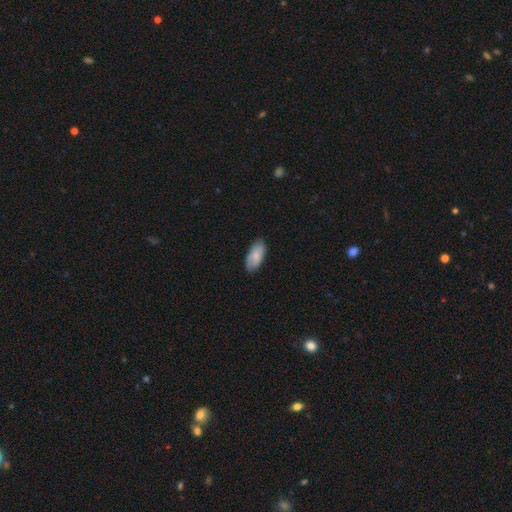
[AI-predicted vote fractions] smooth 79%, featured or disk 16%, star or artifact 6%. Down the decision tree: how rounded — in between (90%); merging — none (80%).